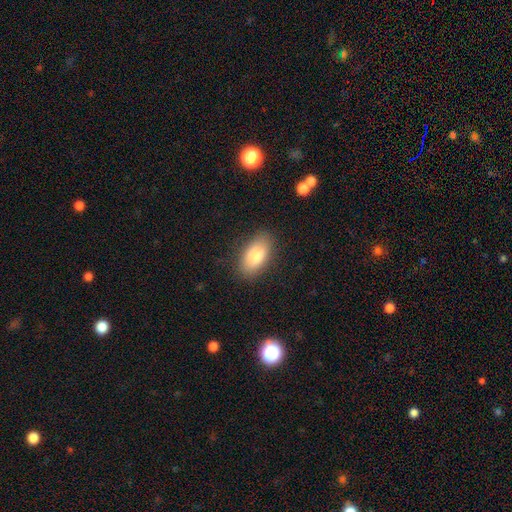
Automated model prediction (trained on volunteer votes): smooth_or_featured: smooth (p=0.81) [alt: featured or disk p=0.13]
how_rounded: in between (p=0.91) [alt: cigar-shaped p=0.04]
merging: none (p=0.84) [alt: minor disturbance p=0.12]